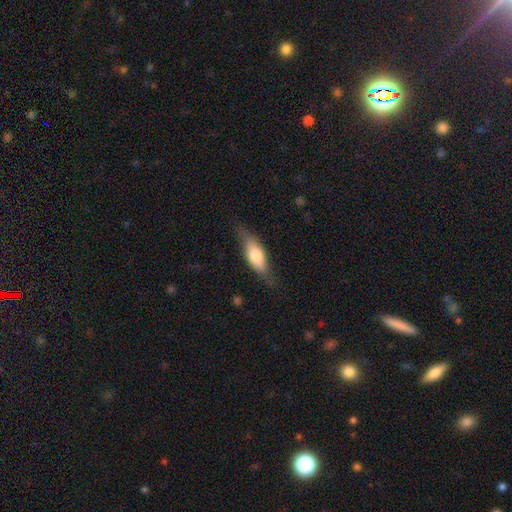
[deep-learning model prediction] Smooth or featured? Predicted: smooth (p=0.62). How rounded? Predicted: in between (p=0.64). Merging? Predicted: none (p=0.69).